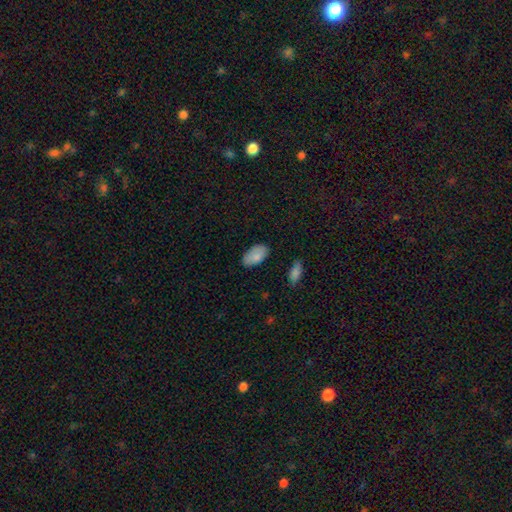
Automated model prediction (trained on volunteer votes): The model was most divided on "merging": none: 78%, minor disturbance: 17%, major disturbance: 3%, merger: 2%. More confident: how rounded — in between (95%); smooth or featured — smooth (83%).